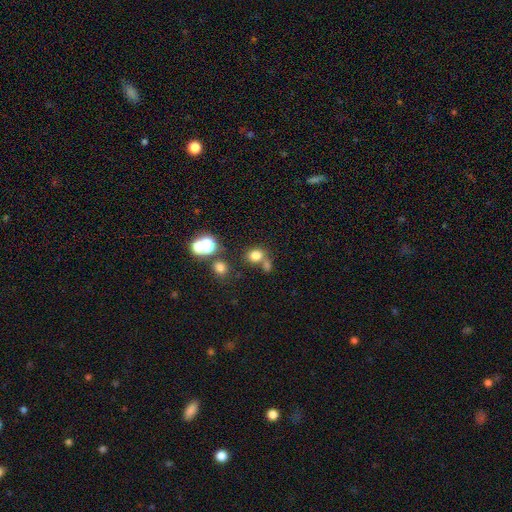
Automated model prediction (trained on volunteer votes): Morphology: type=smooth (74%); roundness=round (66%); merging=none (57%).